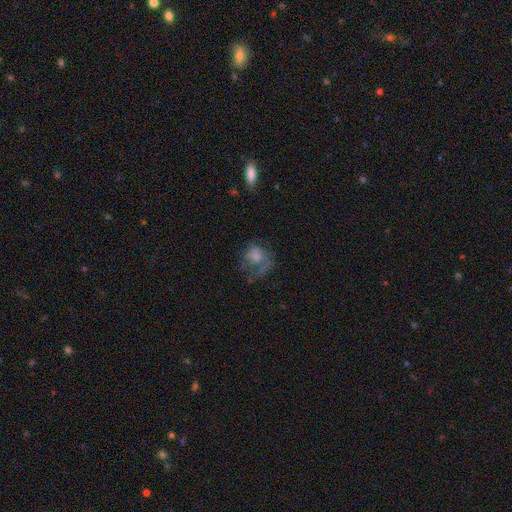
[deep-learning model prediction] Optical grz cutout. It shows a smooth galaxy with no disk features (47%). Merging: major disturbance (43%).